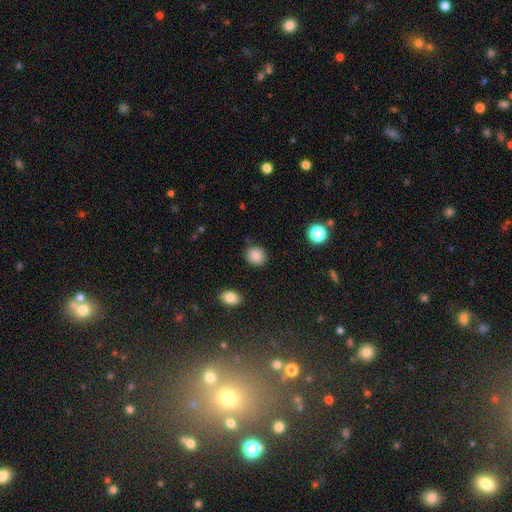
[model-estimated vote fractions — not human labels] A smooth galaxy with no disk features (86%) that is round (82%). Merging: none (86%).